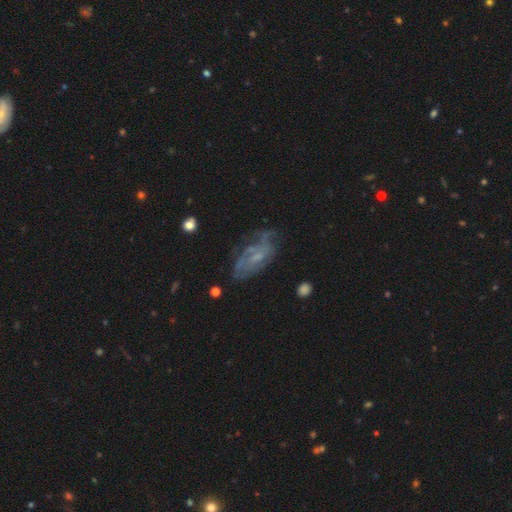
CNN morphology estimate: Smooth or featured?
  - featured or disk: 62% *
  - smooth: 27%
  - star or artifact: 11%
Edge-on disk?
  - no: 91% *
  - yes: 9%
Bar?
  - no: 55% *
  - weak: 37%
  - strong: 8%
Spiral arms?
  - yes: 67% *
  - no: 33%
Bulge size?
  - small: 51% *
  - none: 26%
  - moderate: 20%
  - large: 2%
  - dominant: 1%
Merging?
  - none: 54% *
  - minor disturbance: 25%
  - major disturbance: 18%
  - merger: 4%